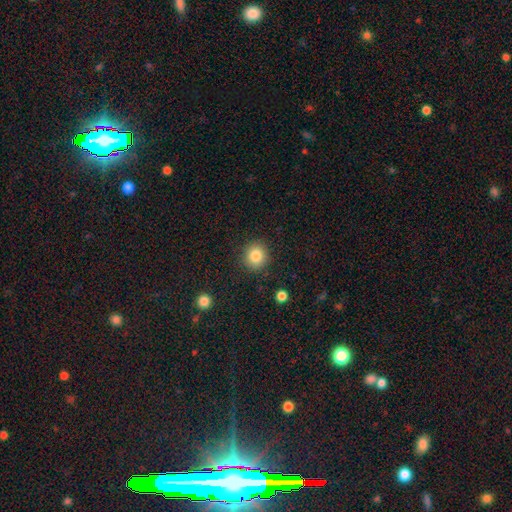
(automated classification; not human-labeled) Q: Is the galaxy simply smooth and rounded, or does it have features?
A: smooth — 84%.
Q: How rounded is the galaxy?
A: round — 88%.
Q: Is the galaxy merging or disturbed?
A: none — 89%.